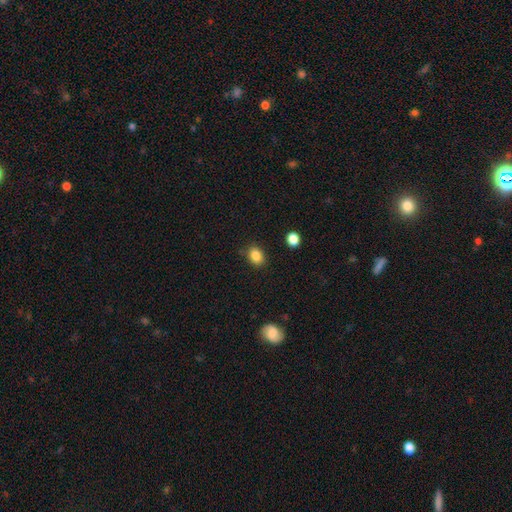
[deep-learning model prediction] The model was most divided on "how rounded": in between: 63%, round: 36%, cigar-shaped: 1%. More confident: smooth or featured — smooth (85%); merging — none (83%).